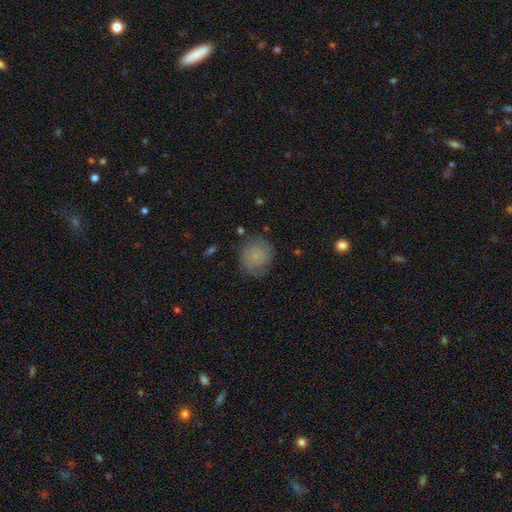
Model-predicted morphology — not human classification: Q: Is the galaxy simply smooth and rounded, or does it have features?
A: smooth — 69%.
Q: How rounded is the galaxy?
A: round — 79%.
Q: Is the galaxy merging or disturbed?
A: none — 70%.